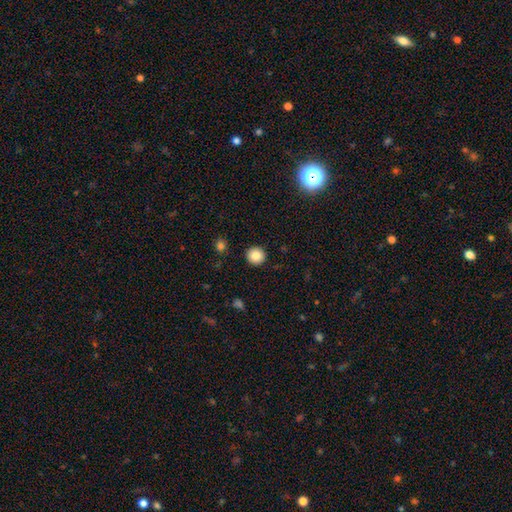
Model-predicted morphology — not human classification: smooth 86%, star or artifact 9%, featured or disk 4%. Down the decision tree: how rounded — round (95%); merging — none (93%).